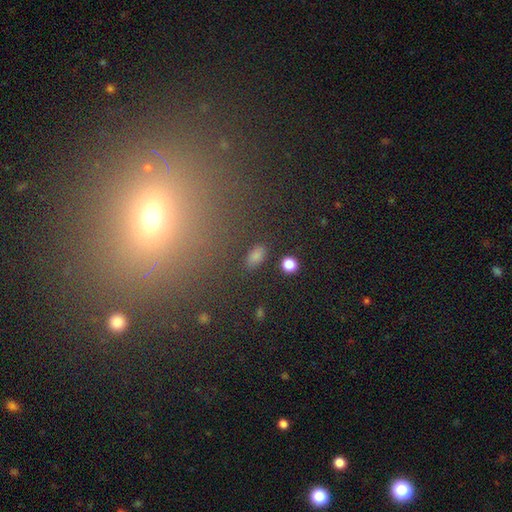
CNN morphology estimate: A smooth galaxy with no disk features (68%) that is in between round and cigar-shaped (86%). Merging: none (86%).